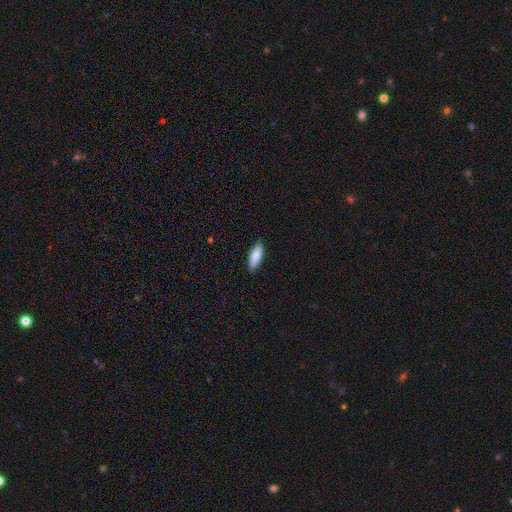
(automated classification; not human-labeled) smooth_or_featured: smooth (p=0.88) [alt: featured or disk p=0.06]
how_rounded: in between (p=0.69) [alt: cigar-shaped p=0.29]
merging: none (p=0.88) [alt: minor disturbance p=0.10]